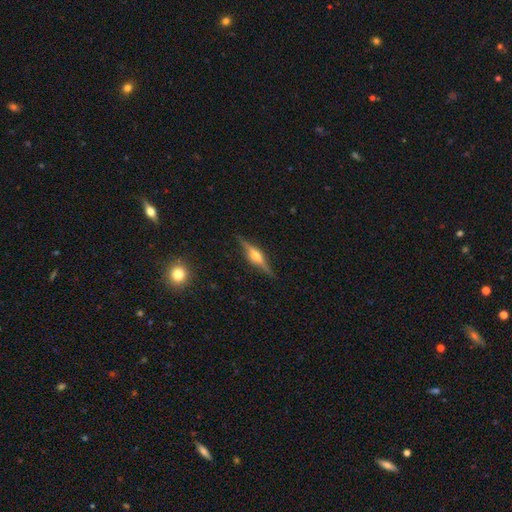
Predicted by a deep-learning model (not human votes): A featured or disk galaxy (79%) viewed edge-on (97%) with a rounded central bulge (90%).

Vote fractions:
- Smooth or featured? featured or disk: 79% / smooth: 14% / star or artifact: 7%
- Edge-on disk? yes: 97% / no: 3%
- Edge-on bulge? rounded: 90% / boxy: 7% / none: 2%
- Merging? none: 88% / minor disturbance: 8% / major disturbance: 2% / merger: 1%